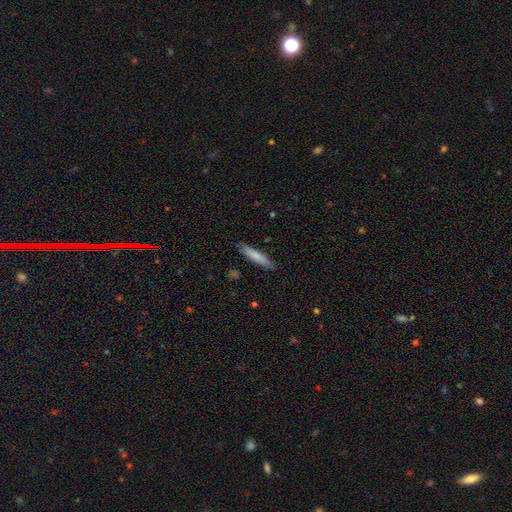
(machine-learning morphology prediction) smooth-or-featured: smooth: 77% | featured or disk: 18% | star or artifact: 5%
  how-rounded: cigar-shaped: 89% | in between: 10% | round: 1%
  merging: none: 87% | minor disturbance: 10% | major disturbance: 2% | merger: 1%